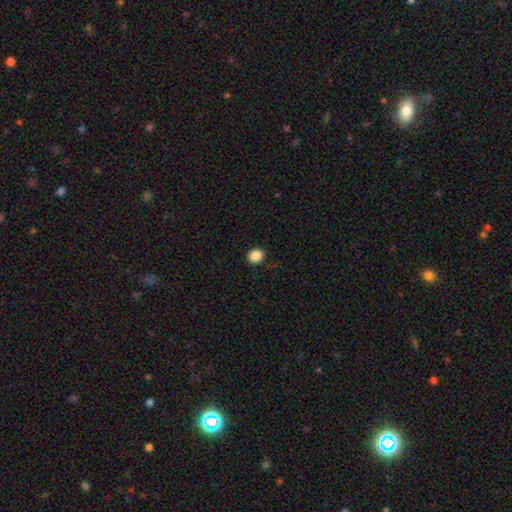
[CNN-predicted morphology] Smooth or featured? smooth (87%)
How rounded? round (83%)
Merging? none (91%)